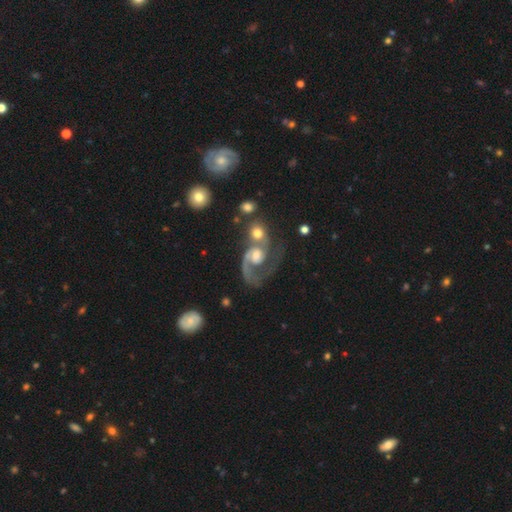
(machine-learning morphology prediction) Smooth or featured: featured or disk — 76% (smooth — 17%)
Edge-on disk: no — 97% (yes — 3%)
Bar: no — 70% (weak — 25%)
Spiral arms: yes — 90% (no — 10%)
Spiral winding: medium — 42% (loose — 35%)
Spiral arm count: 1 — 65% (2 — 26%)
Bulge size: moderate — 57% (small — 19%)
Merging: merger — 54% (major disturbance — 21%)